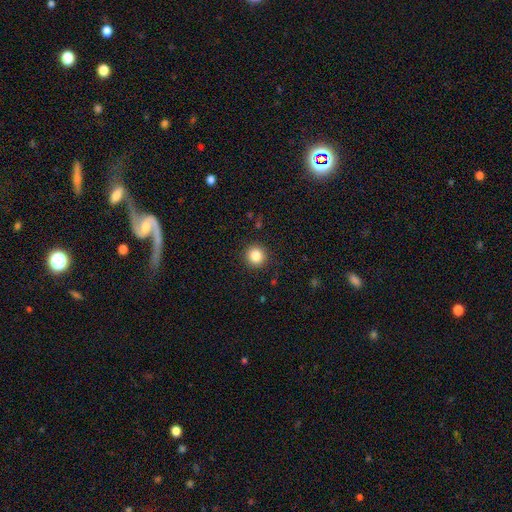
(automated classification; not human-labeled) Overall: smooth (86%). How rounded: round (94%). Merging: none (91%).